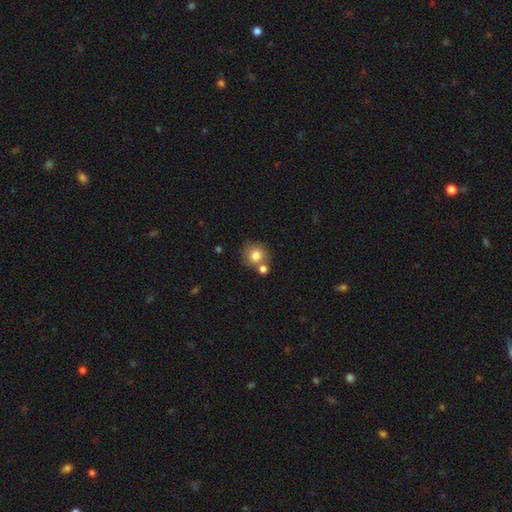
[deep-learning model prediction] The model was most divided on "merging": none: 62%, merger: 23%, minor disturbance: 11%, major disturbance: 3%. More confident: how rounded — round (87%); smooth or featured — smooth (80%).